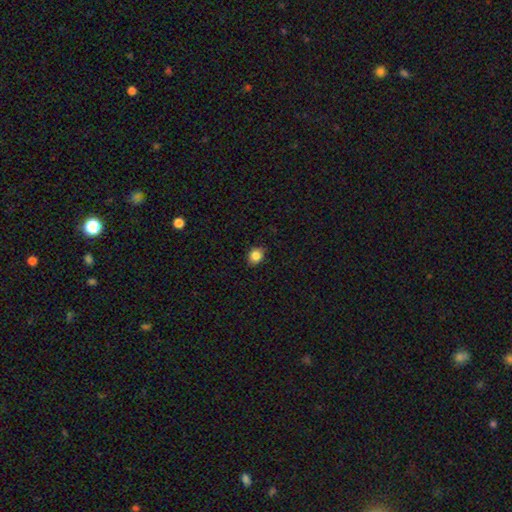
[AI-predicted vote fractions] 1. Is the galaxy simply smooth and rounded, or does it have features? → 85% smooth, 10% star or artifact, 5% featured or disk.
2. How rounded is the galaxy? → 64% round, 35% in between, 1% cigar-shaped.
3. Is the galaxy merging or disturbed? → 86% none, 11% minor disturbance, 2% major disturbance, 1% merger.